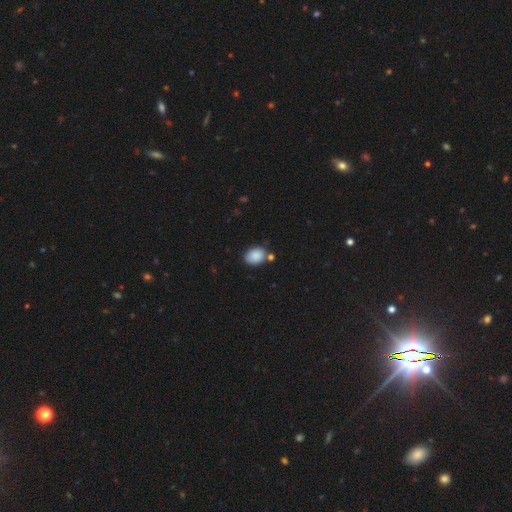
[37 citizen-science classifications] smooth-or-featured: smooth: 92% | star or artifact: 5% | featured or disk: 3%
  how-rounded: in between: 65% | round: 35% | cigar-shaped: 0%
  merging: none: 77% | merger: 14% | minor disturbance: 9% | major disturbance: 0%